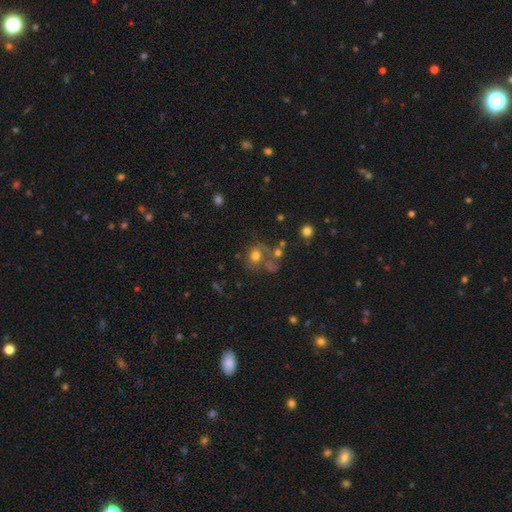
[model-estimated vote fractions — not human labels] Smooth or featured?
  - smooth: 64% *
  - featured or disk: 20%
  - star or artifact: 16%
How rounded?
  - round: 71% *
  - in between: 29%
  - cigar-shaped: 1%
Merging?
  - none: 42% *
  - merger: 26%
  - major disturbance: 17%
  - minor disturbance: 16%